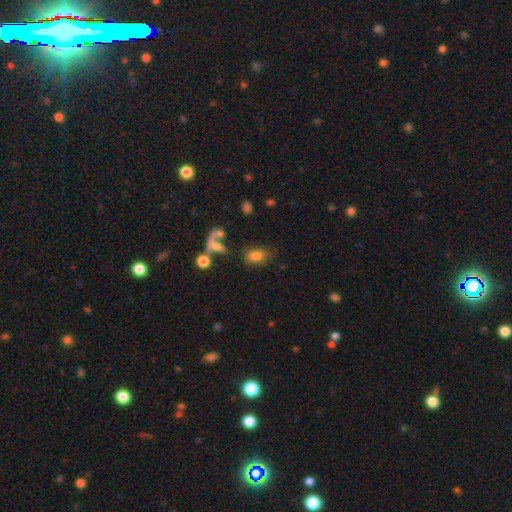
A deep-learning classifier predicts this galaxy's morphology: This is likely a smooth galaxy (77%). How rounded: clearly in between (84%). Merging: possibly none (56%).